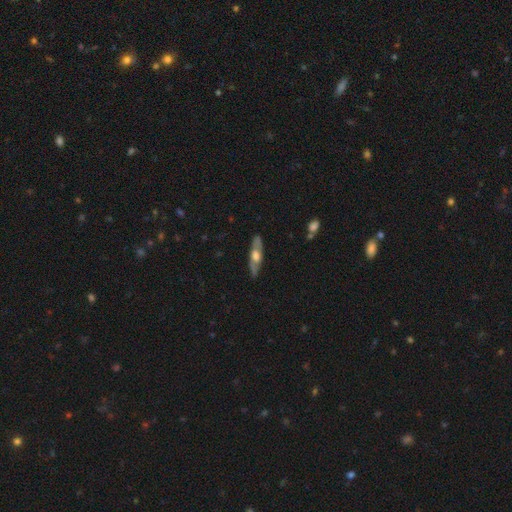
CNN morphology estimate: smooth-or-featured: featured or disk: 63% | smooth: 32% | star or artifact: 5%
  disk-edge-on: yes: 57% | no: 43%
  merging: none: 84% | minor disturbance: 12% | major disturbance: 3% | merger: 1%